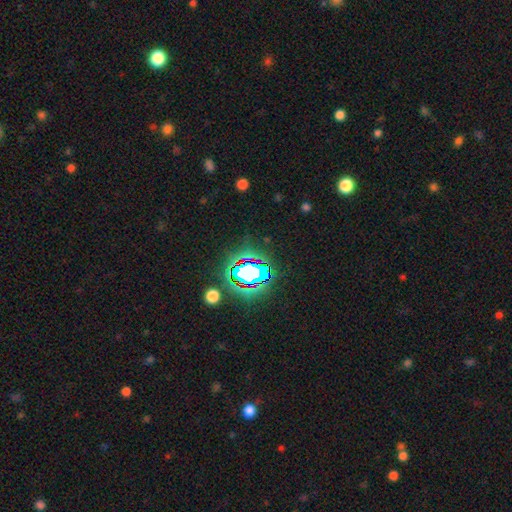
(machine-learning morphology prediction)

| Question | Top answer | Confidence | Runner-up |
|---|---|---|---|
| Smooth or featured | star or artifact | 79% | smooth (13%) |